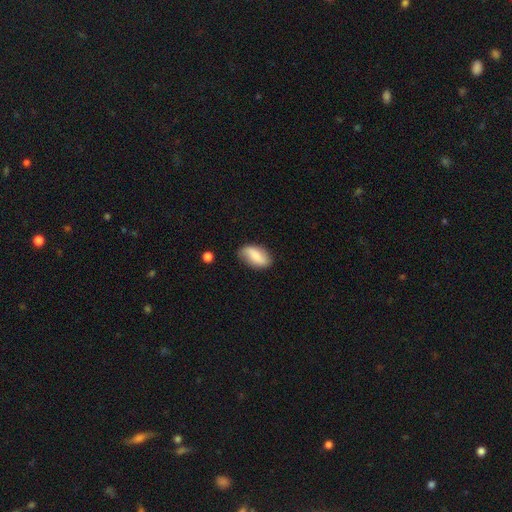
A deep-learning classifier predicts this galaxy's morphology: type=smooth (70%); roundness=in between (90%); merging=none (74%).